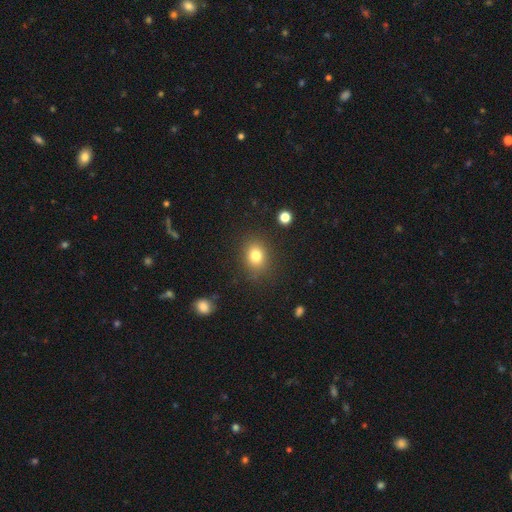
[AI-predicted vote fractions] The model was most divided on "how rounded": round: 54%, in between: 45%, cigar-shaped: 1%. More confident: merging — none (85%); smooth or featured — smooth (81%).